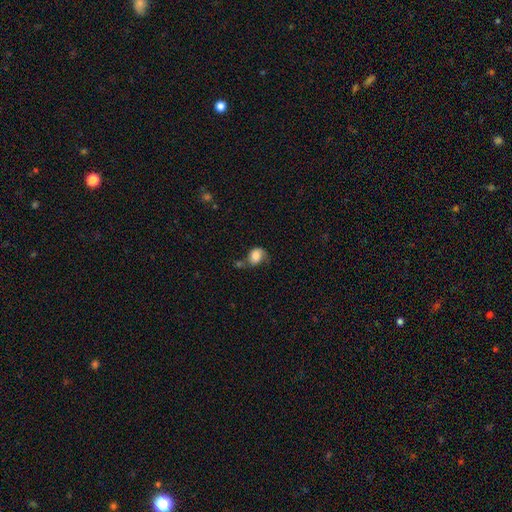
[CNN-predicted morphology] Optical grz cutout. It shows a smooth galaxy with no disk features (74%) that is in between round and cigar-shaped (59%). Merging: none (35%).